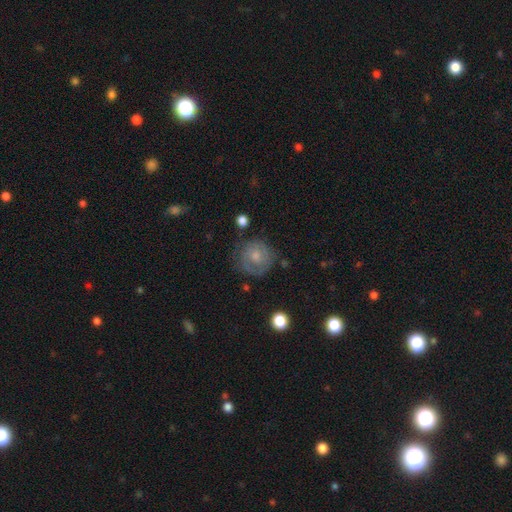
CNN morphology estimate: The model was most divided on "smooth or featured": featured or disk: 47%, smooth: 45%, star or artifact: 8%. More confident: merging — none (71%).